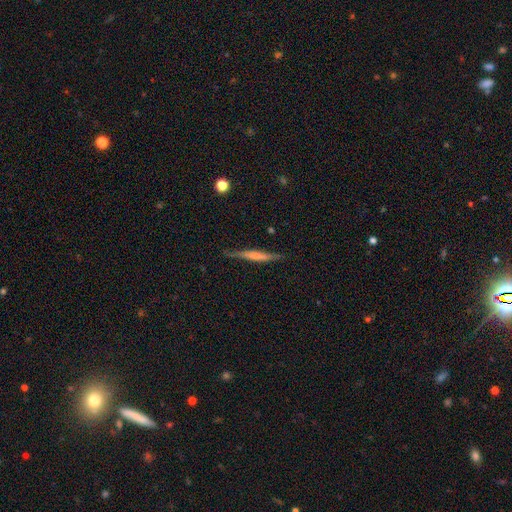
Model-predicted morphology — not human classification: Smooth or featured? Predicted: featured or disk (p=0.50). Edge-on disk? Predicted: yes (p=0.95). Merging? Predicted: none (p=0.83).